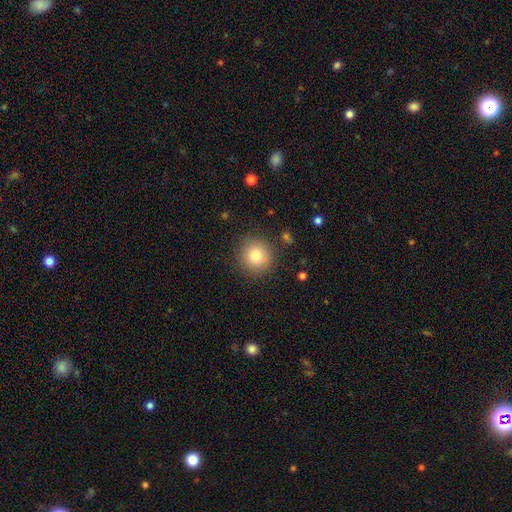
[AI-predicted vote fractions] The model was most divided on "smooth or featured": smooth: 80%, star or artifact: 11%, featured or disk: 10%. More confident: how rounded — round (93%); merging — none (88%).